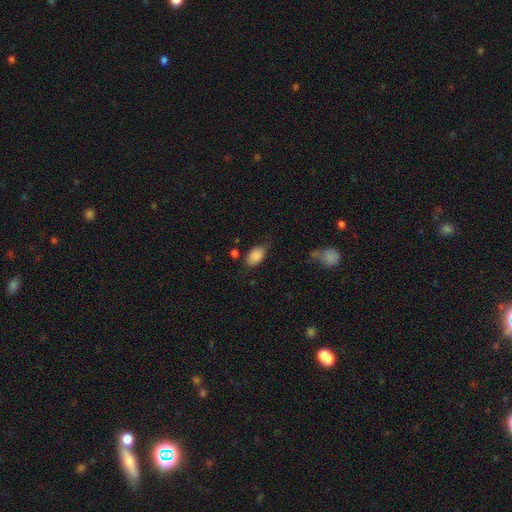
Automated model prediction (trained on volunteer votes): This appears to be a smooth galaxy with no disk features (86%) that is in between round and cigar-shaped (91%). Merging: none (65%).